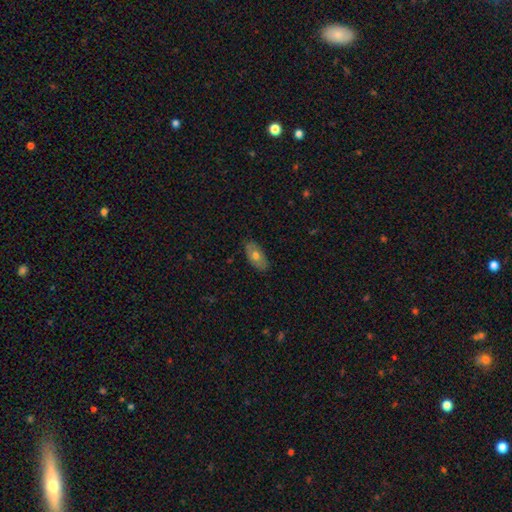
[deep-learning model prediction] This appears to be a smooth galaxy with no disk features (60%) that is in between round and cigar-shaped (92%). Merging: none (83%).